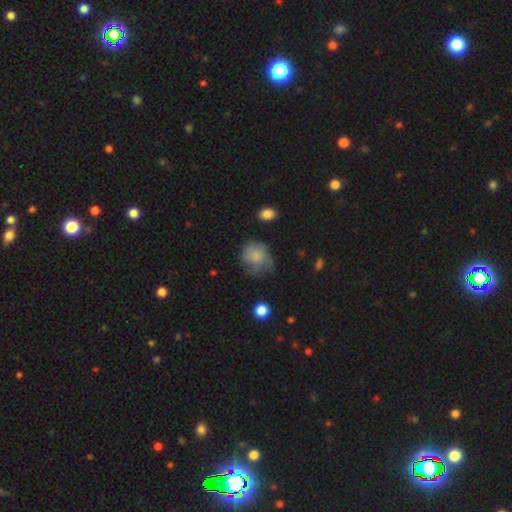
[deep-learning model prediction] Smooth or featured: smooth — 68% (featured or disk — 23%)
How rounded: round — 72% (in between — 27%)
Merging: none — 46% (minor disturbance — 31%)